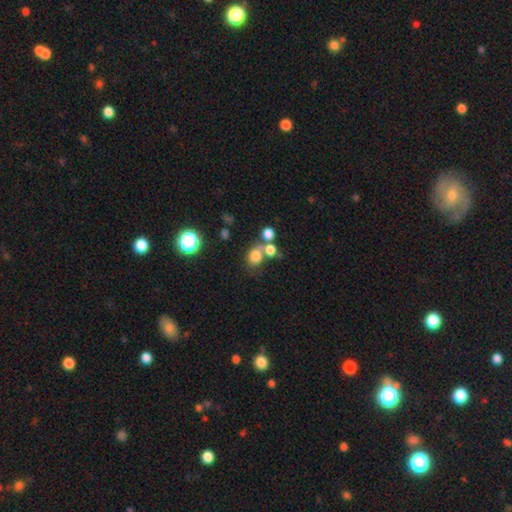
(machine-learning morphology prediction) Smooth or featured? Predicted: smooth (p=0.74). How rounded? Predicted: round (p=0.71). Merging? Predicted: none (p=0.45).